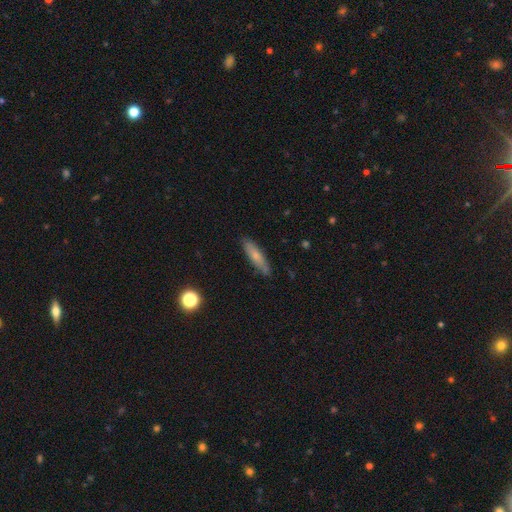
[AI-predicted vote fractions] Smooth or featured? smooth (68%)
How rounded? cigar-shaped (75%)
Merging? none (83%)